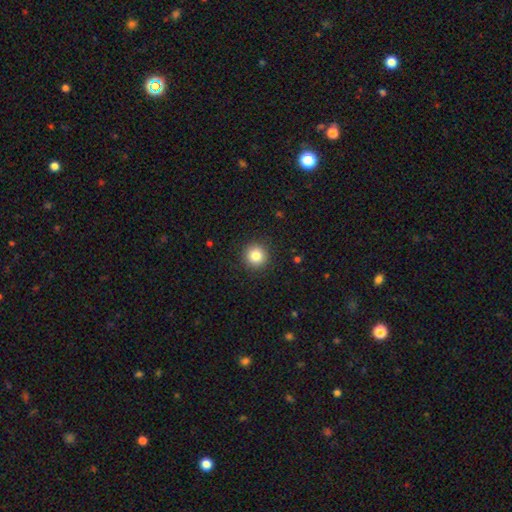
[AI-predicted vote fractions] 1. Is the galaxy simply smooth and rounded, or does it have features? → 83% smooth, 11% star or artifact, 6% featured or disk.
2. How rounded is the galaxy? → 95% round, 4% in between, 1% cigar-shaped.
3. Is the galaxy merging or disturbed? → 92% none, 5% minor disturbance, 2% major disturbance, 1% merger.